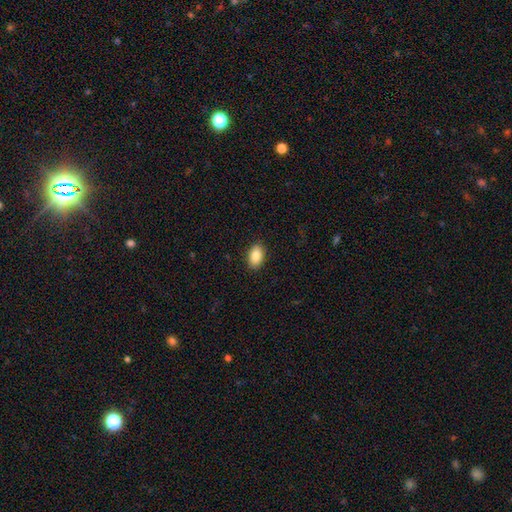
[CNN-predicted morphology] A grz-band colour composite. It shows a smooth galaxy with no disk features (86%) that is in between round and cigar-shaped (91%). Merging: none (90%).